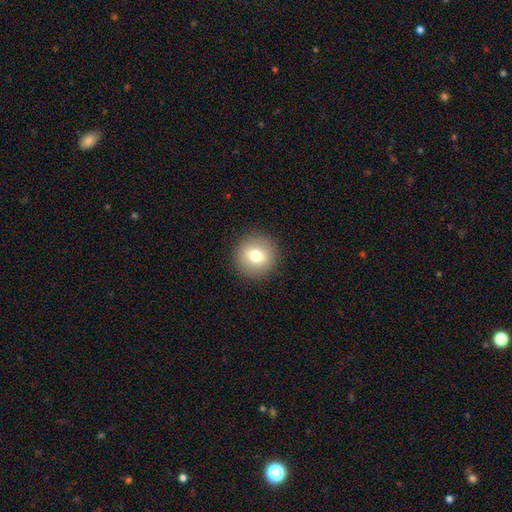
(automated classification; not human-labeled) This appears to be a smooth galaxy with no disk features (76%) that is round (95%). Merging: none (92%).